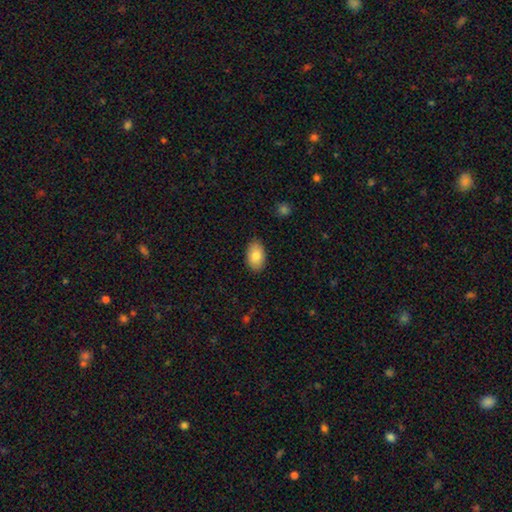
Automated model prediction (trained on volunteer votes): Smooth or featured?
  - smooth: 83% *
  - featured or disk: 10%
  - star or artifact: 7%
How rounded?
  - in between: 92% *
  - round: 6%
  - cigar-shaped: 1%
Merging?
  - none: 87% *
  - minor disturbance: 10%
  - major disturbance: 2%
  - merger: 1%